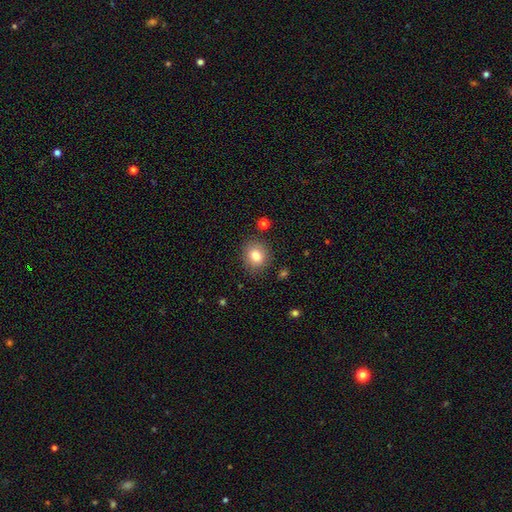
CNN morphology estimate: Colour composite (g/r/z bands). It shows a smooth galaxy with no disk features (80%) that is round (75%). Merging: none (85%).